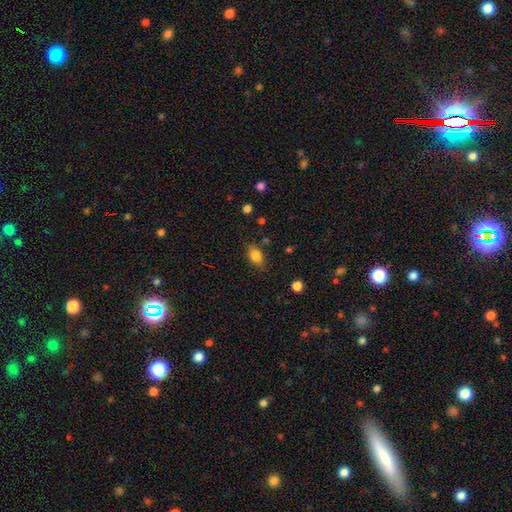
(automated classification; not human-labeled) smooth 84%, star or artifact 9%, featured or disk 7%. Down the decision tree: how rounded — in between (78%); merging — none (79%).